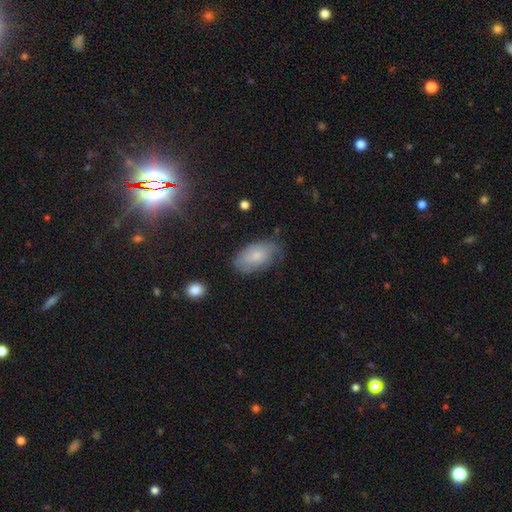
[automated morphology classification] This appears to be a smooth galaxy with no disk features (66%) that is in between round and cigar-shaped (93%). Merging: none (62%).